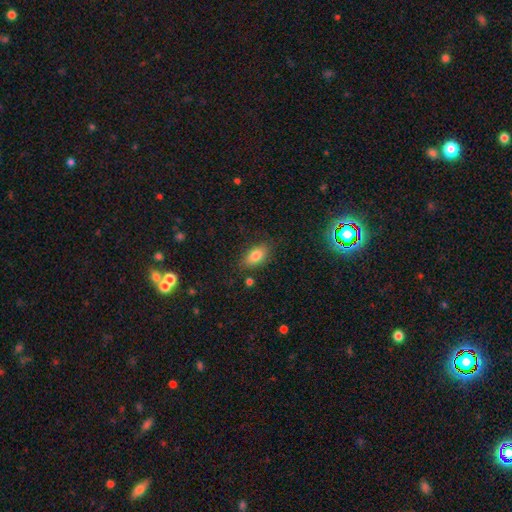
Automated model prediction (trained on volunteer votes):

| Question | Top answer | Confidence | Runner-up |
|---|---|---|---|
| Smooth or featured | smooth | 81% | featured or disk (10%) |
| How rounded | in between | 89% | cigar-shaped (6%) |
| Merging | none | 81% | minor disturbance (13%) |